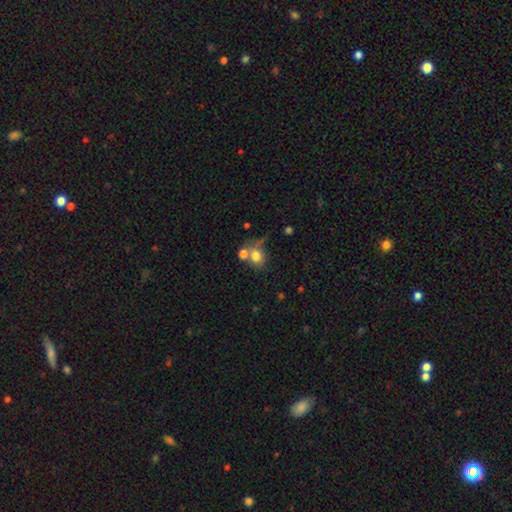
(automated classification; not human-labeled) Morphology: type=smooth (76%); roundness=round (66%); merging=none (39%).